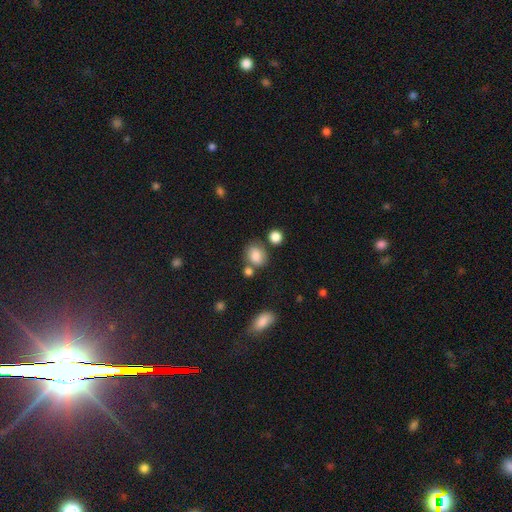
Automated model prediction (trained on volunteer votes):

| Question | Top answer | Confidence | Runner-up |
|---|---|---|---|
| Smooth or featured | smooth | 79% | star or artifact (11%) |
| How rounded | in between | 49% | tied: round (49%) |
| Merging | none | 64% | minor disturbance (17%) |